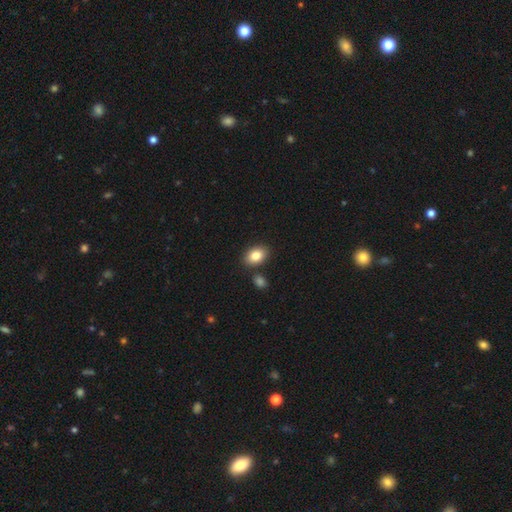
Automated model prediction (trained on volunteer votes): Smooth or featured: smooth — 85% (featured or disk — 8%)
How rounded: in between — 83% (round — 16%)
Merging: none — 81% (minor disturbance — 10%)